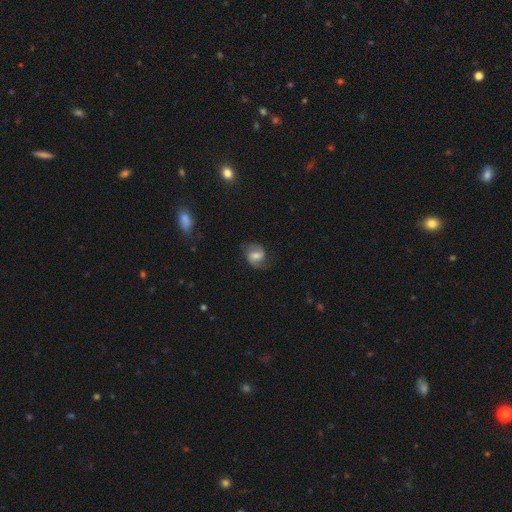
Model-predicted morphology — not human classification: Smooth or featured? featured or disk (56%)
Edge-on disk? no (97%)
Bar? weak (49%)
Spiral arms? yes (88%)
Bulge size? moderate (43%)
Merging? none (69%)